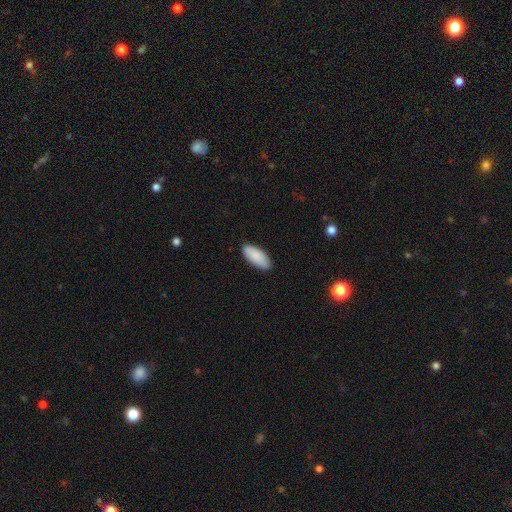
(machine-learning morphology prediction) The model was most divided on "how rounded": in between: 85%, cigar-shaped: 13%, round: 2%. More confident: smooth or featured — smooth (89%); merging — none (87%).